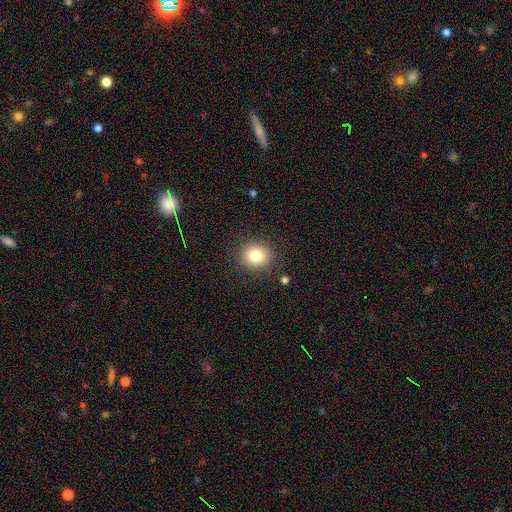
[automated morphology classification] The model was most divided on "smooth or featured": smooth: 80%, star or artifact: 12%, featured or disk: 8%. More confident: merging — none (89%); how rounded — round (85%).